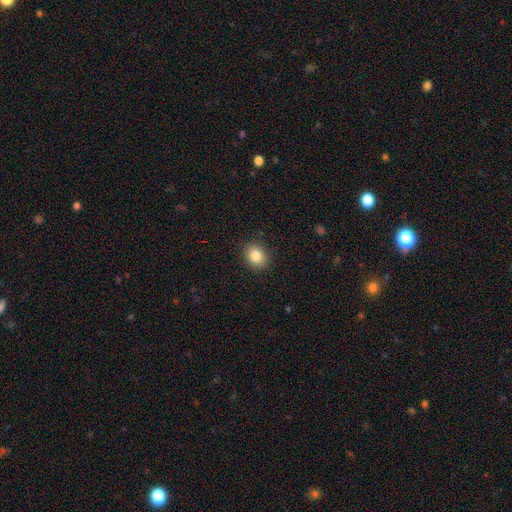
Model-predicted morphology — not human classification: This is clearly a smooth galaxy (84%). How rounded: likely round (62%). Merging: clearly none (90%).